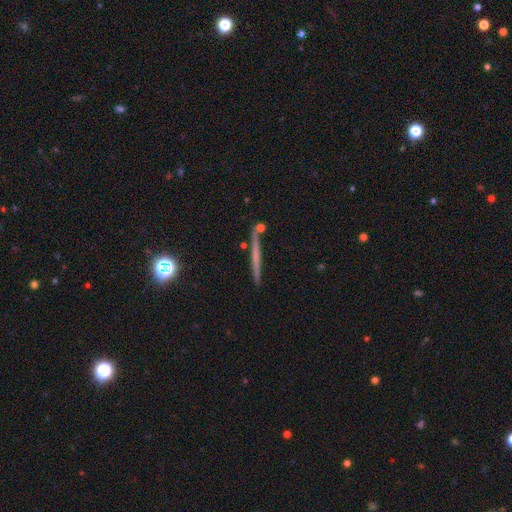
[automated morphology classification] The model was most divided on "smooth or featured": featured or disk: 52%, smooth: 39%, star or artifact: 9%. More confident: edge-on disk — yes (97%); merging — none (88%); edge-on bulge — none (86%).